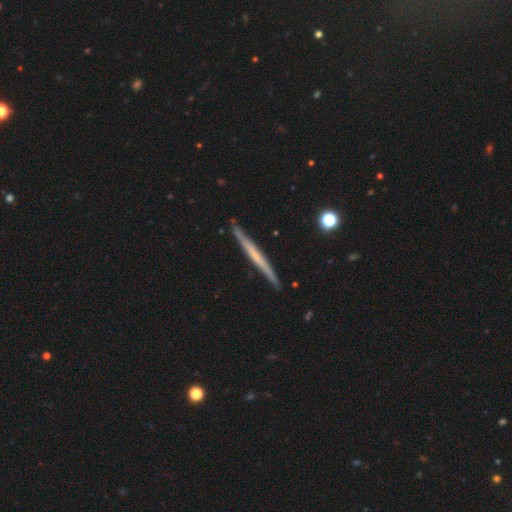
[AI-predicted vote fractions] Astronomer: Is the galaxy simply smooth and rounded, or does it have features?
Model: featured or disk — 62%.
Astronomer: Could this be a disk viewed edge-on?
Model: yes — 97%.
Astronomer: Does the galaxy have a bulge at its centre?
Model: none — 75%.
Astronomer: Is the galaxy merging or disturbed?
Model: none — 89%.